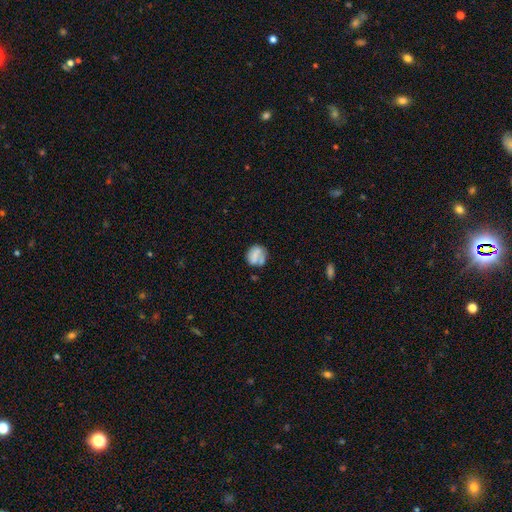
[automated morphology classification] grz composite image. It shows a smooth galaxy with no disk features (65%) that is round (72%). Merging: none (54%).